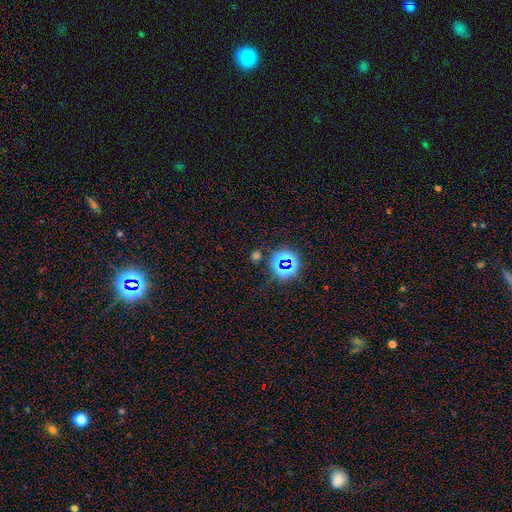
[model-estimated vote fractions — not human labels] Q: Smooth or featured?
A: star or artifact (63%); runner-up: smooth (30%)